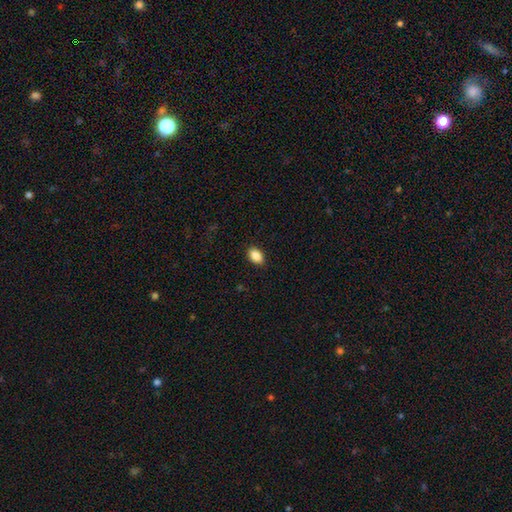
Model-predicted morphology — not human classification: A smooth galaxy with no disk features (89%) that is in between round and cigar-shaped (87%).

Vote fractions:
- Smooth or featured? smooth: 89% / star or artifact: 8% / featured or disk: 3%
- How rounded? in between: 87% / round: 12% / cigar-shaped: 1%
- Merging? none: 89% / minor disturbance: 8% / major disturbance: 2% / merger: 1%